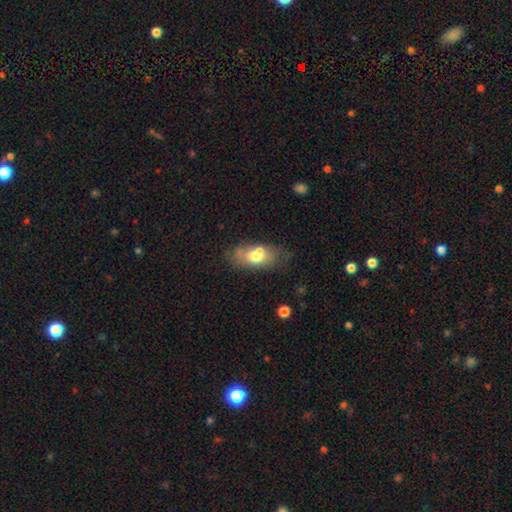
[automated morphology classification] Smooth or featured: smooth — 64% (featured or disk — 28%)
How rounded: in between — 87% (round — 9%)
Merging: none — 51% (merger — 21%)